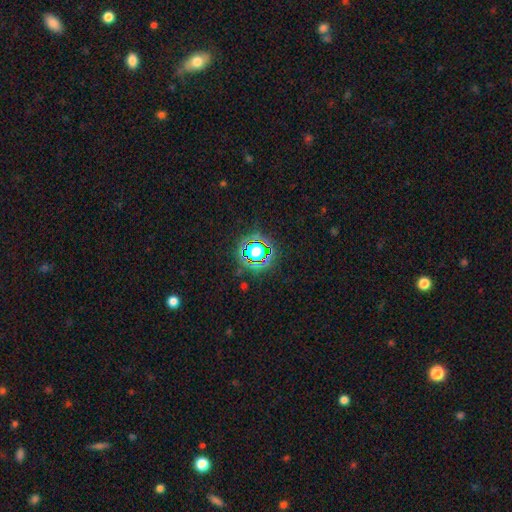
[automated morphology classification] Smooth or featured? Predicted: star or artifact (p=0.60).